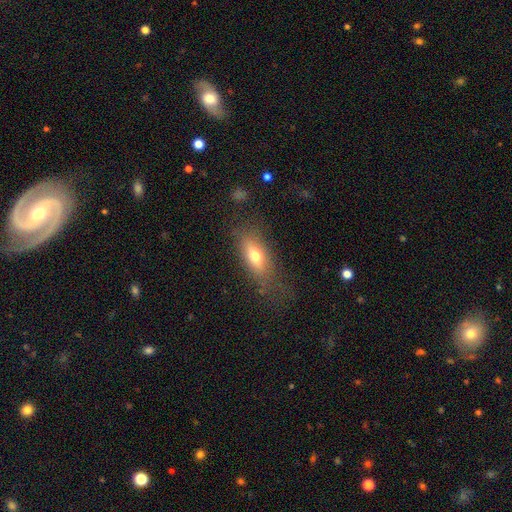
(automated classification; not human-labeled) A smooth galaxy with no disk features (68%) that is in between round and cigar-shaped (75%). Merging: none (69%).